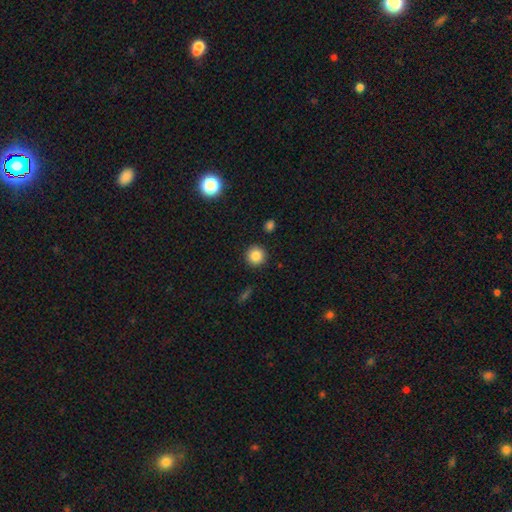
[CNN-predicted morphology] A smooth galaxy with no disk features (85%) that is round (95%).

Vote fractions:
- Smooth or featured? smooth: 85% / star or artifact: 10% / featured or disk: 5%
- How rounded? round: 95% / in between: 4% / cigar-shaped: 1%
- Merging? none: 91% / minor disturbance: 5% / major disturbance: 2% / merger: 2%